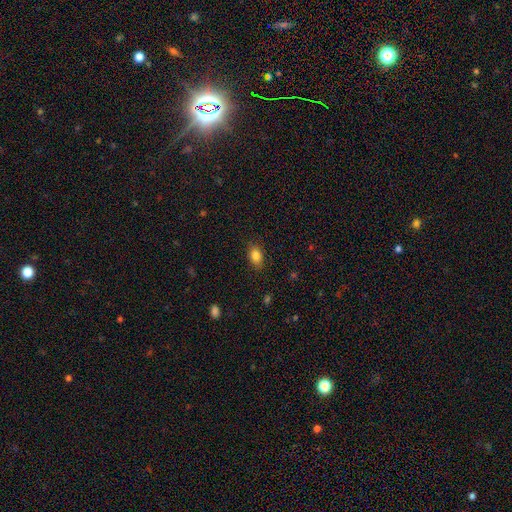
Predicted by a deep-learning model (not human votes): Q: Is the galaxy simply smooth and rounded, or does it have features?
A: smooth — 84%.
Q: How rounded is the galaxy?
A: in between — 80%.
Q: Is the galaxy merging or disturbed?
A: none — 85%.